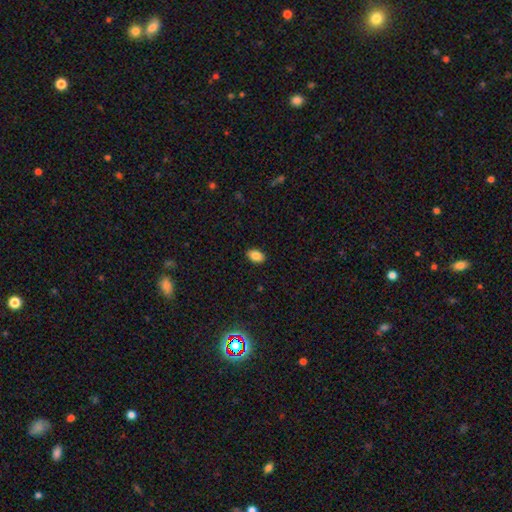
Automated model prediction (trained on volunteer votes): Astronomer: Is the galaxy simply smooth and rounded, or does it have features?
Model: smooth — 87%.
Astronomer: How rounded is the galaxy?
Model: in between — 89%.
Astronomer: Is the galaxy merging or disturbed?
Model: none — 89%.